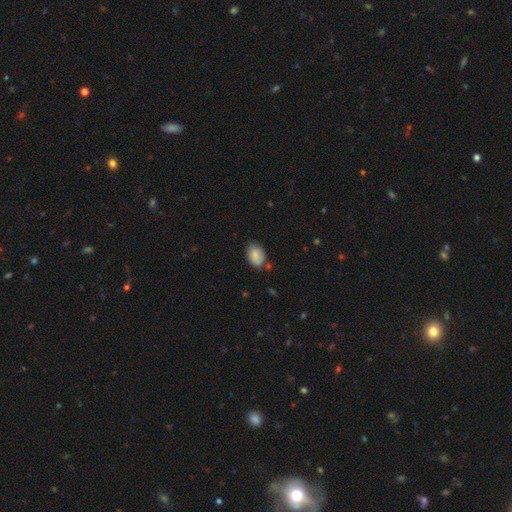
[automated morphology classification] Smooth or featured: smooth — 85% (featured or disk — 8%)
How rounded: in between — 82% (round — 17%)
Merging: none — 70% (minor disturbance — 21%)